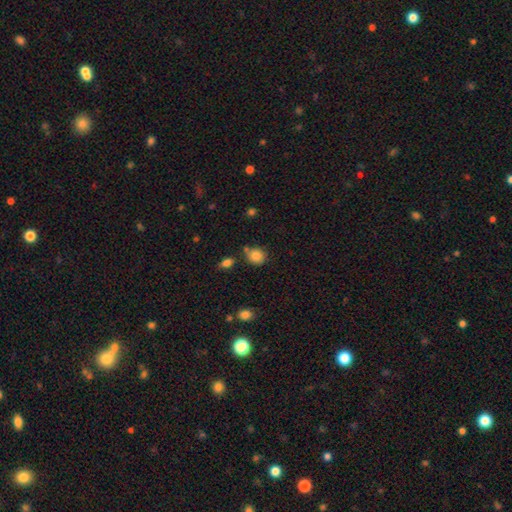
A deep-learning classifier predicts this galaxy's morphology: smooth 84%, star or artifact 10%, featured or disk 6%. Down the decision tree: how rounded — round (78%); merging — none (69%).